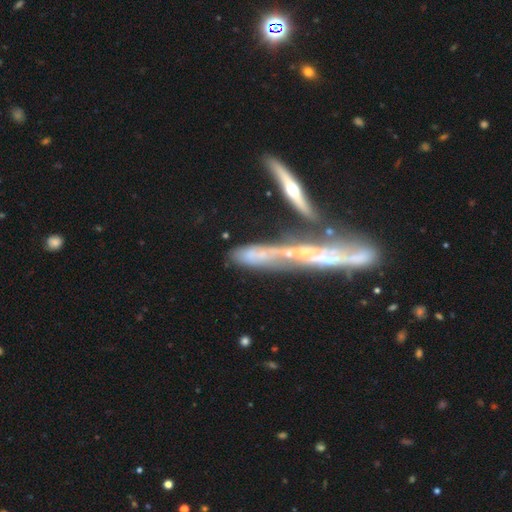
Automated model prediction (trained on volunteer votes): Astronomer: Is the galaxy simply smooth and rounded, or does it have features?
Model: smooth — 44% (runner-up: featured or disk, 41%).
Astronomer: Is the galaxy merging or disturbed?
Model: merger — 37% (runner-up: none, 31%).